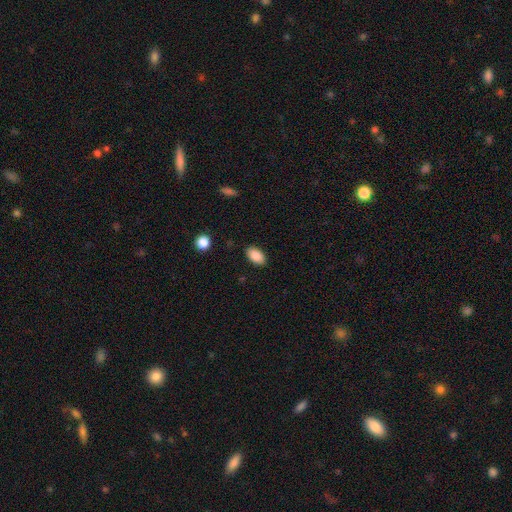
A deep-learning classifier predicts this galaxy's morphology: This appears to be a smooth galaxy with no disk features (88%) that is in between round and cigar-shaped (93%). Merging: none (87%).